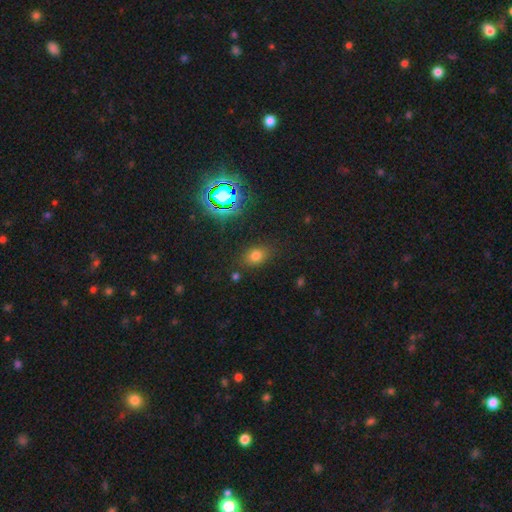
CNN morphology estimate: Overall: smooth (69%). How rounded: in between (67%; round 31%). Merging: none (79%).